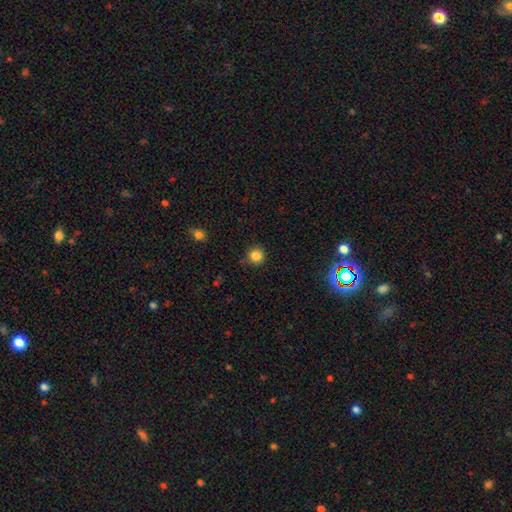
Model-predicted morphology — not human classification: A smooth galaxy with no disk features (85%) that is round (93%).

Vote fractions:
- Smooth or featured? smooth: 85% / star or artifact: 11% / featured or disk: 4%
- How rounded? round: 93% / in between: 6% / cigar-shaped: 1%
- Merging? none: 86% / minor disturbance: 10% / major disturbance: 3% / merger: 2%